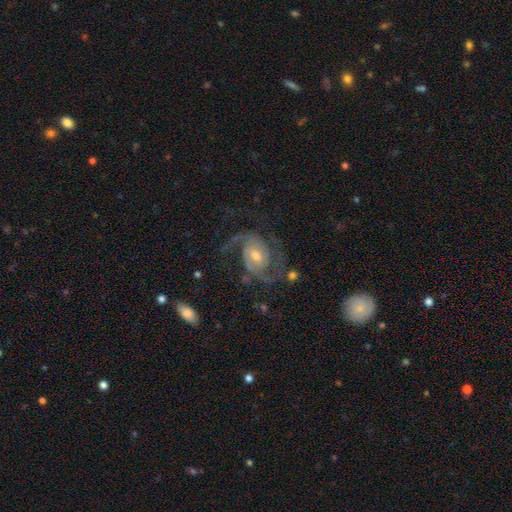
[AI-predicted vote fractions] A featured or disk galaxy (89%) with no bar (46%), 2 (78%) medium (53%) spiral arms (97%) and a moderate central bulge (57%).

Vote fractions:
- Smooth or featured? featured or disk: 89% / smooth: 6% / star or artifact: 6%
- Edge-on disk? no: 98% / yes: 2%
- Bar? no: 46% / weak: 43% / strong: 12%
- Spiral arms? yes: 97% / no: 3%
- Spiral winding? medium: 53% / loose: 26% / tight: 21%
- Spiral arm count? 2: 78% / 3: 8% / can't tell: 6% / 1: 3% / 4: 3% / more than 4: 2%
- Bulge size? moderate: 57% / small: 35% / large: 5% / none: 2% / dominant: 1%
- Merging? none: 65% / major disturbance: 17% / minor disturbance: 16% / merger: 2%